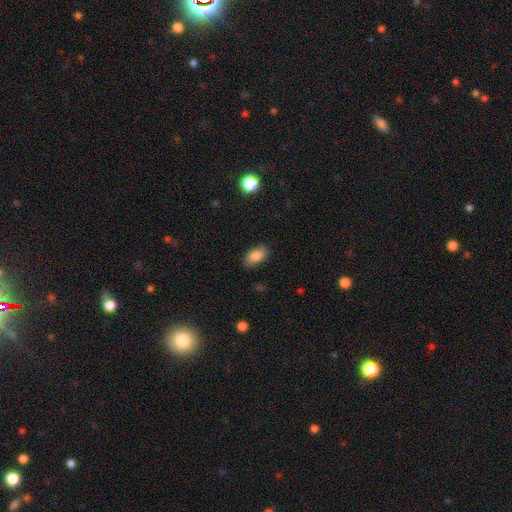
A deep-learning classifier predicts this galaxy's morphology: This appears to be a smooth galaxy with no disk features (85%) that is in between round and cigar-shaped (92%). Merging: none (84%).